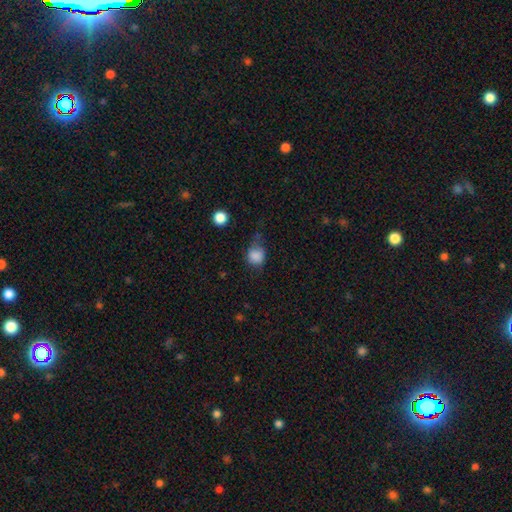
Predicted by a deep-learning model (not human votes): A smooth galaxy with no disk features (82%) that is round (66%).

Vote fractions:
- Smooth or featured? smooth: 82% / star or artifact: 10% / featured or disk: 8%
- How rounded? round: 66% / in between: 33% / cigar-shaped: 1%
- Merging? none: 38% / minor disturbance: 36% / major disturbance: 22% / merger: 5%